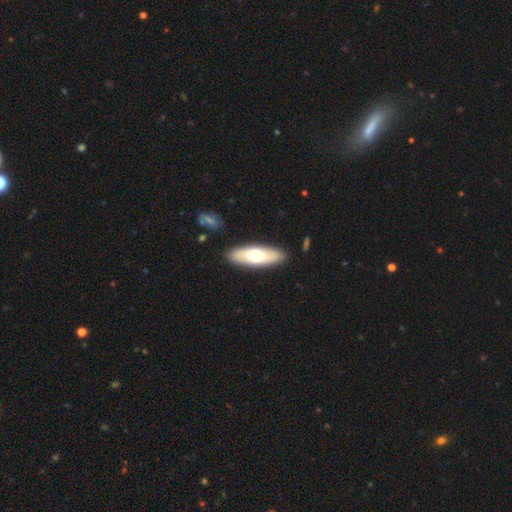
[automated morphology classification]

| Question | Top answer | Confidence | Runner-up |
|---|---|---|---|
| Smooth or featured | smooth | 62% | featured or disk (33%) |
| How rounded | in between | 58% | cigar-shaped (40%) |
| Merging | none | 89% | minor disturbance (8%) |